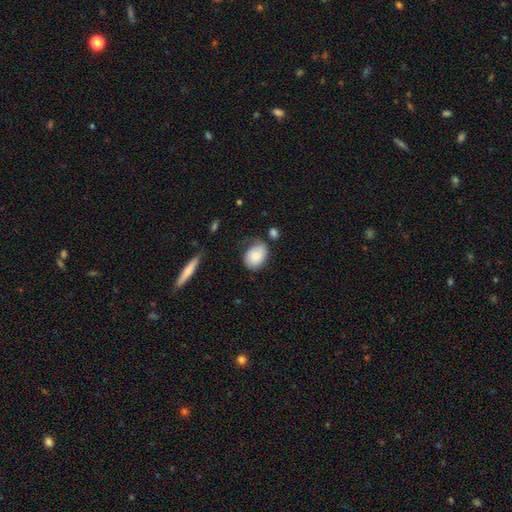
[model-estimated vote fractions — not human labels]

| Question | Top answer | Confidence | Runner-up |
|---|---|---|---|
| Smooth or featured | smooth | 77% | featured or disk (16%) |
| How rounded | in between | 68% | round (31%) |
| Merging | none | 53% | minor disturbance (31%) |